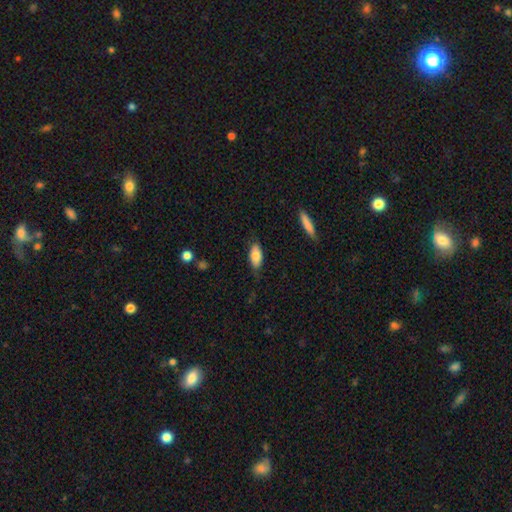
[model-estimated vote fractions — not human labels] A smooth galaxy with no disk features (81%) that is in between round and cigar-shaped (86%). Merging: none (76%).